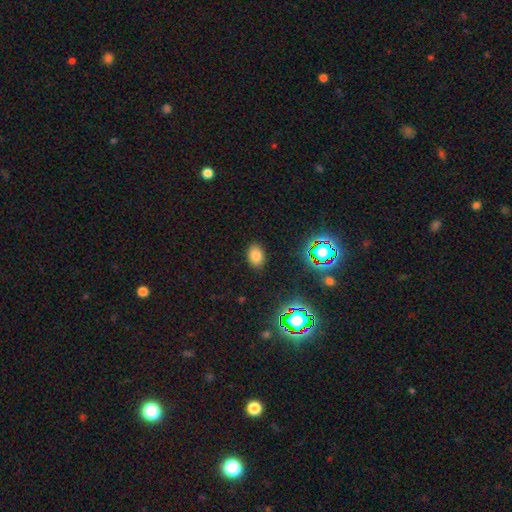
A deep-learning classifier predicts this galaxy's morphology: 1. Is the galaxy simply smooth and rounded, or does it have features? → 76% smooth, 17% star or artifact, 7% featured or disk.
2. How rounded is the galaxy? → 78% in between, 21% round, 1% cigar-shaped.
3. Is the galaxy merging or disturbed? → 87% none, 9% minor disturbance, 3% major disturbance, 1% merger.